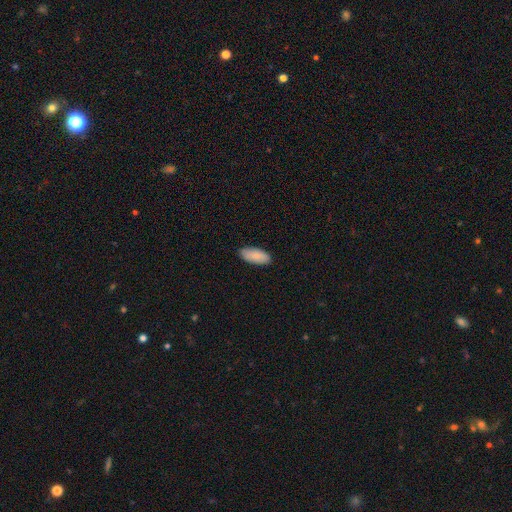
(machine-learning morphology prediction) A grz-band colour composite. It shows a smooth galaxy with no disk features (87%) that is in between round and cigar-shaped (89%). Merging: none (89%).